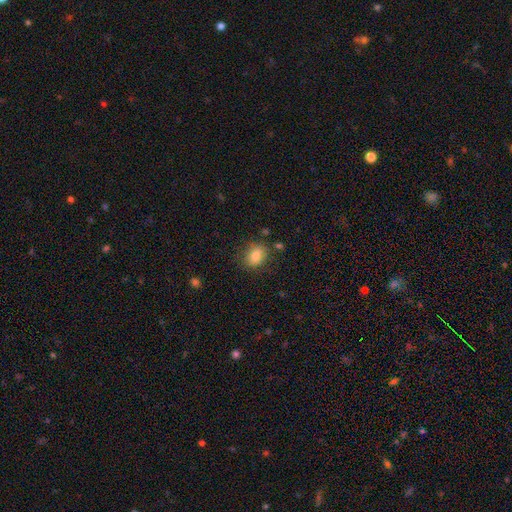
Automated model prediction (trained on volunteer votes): Overall: smooth (83%). How rounded: in between (59%; round 40%). Merging: none (78%).